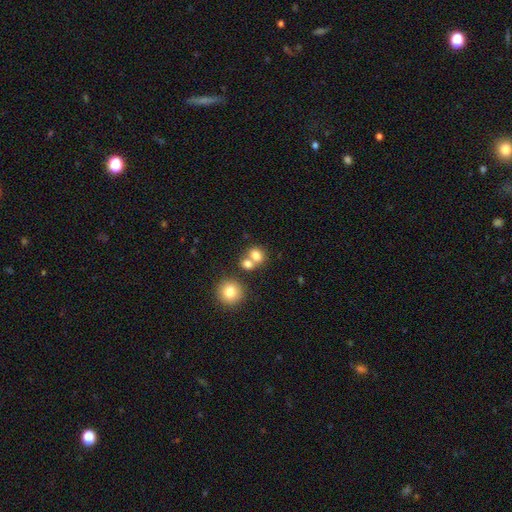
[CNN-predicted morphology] Smooth or featured? smooth (78%)
How rounded? round (61%)
Merging? merger (46%)